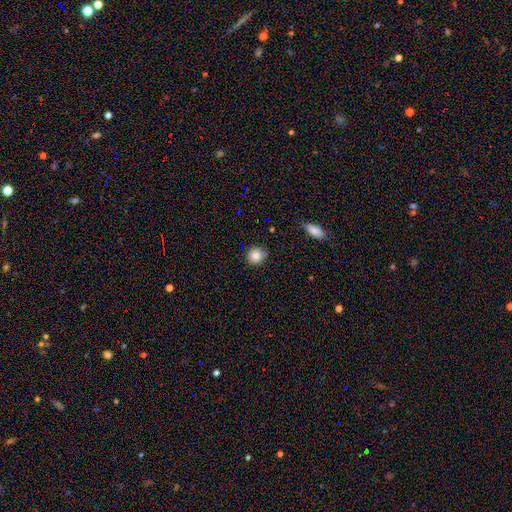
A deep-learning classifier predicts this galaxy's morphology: This is clearly a smooth galaxy (85%). How rounded: clearly round (90%). Merging: likely none (79%).